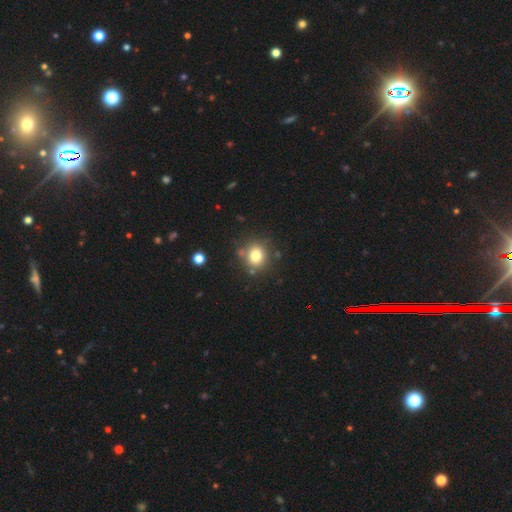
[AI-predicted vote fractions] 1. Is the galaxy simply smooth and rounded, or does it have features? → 78% smooth, 13% star or artifact, 9% featured or disk.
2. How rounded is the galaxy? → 81% round, 19% in between, 1% cigar-shaped.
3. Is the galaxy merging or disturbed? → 78% none, 11% minor disturbance, 7% merger, 4% major disturbance.